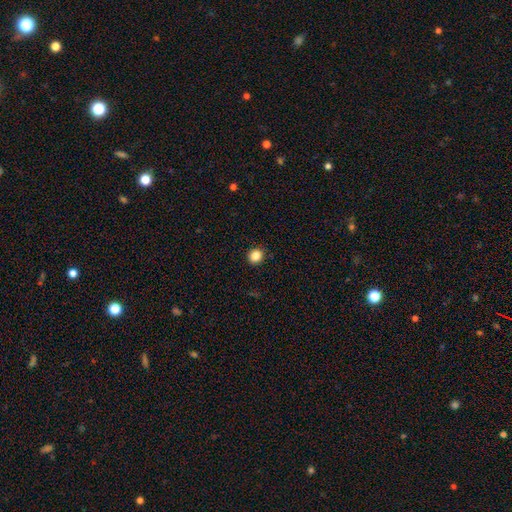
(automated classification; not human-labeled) Q: Smooth or featured?
A: smooth (85%); runner-up: star or artifact (11%)
Q: How rounded?
A: round (89%); runner-up: in between (10%)
Q: Merging?
A: none (92%); runner-up: minor disturbance (5%)